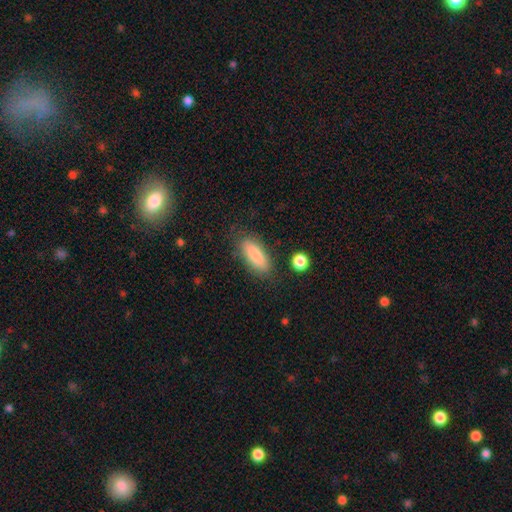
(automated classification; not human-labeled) A smooth galaxy with no disk features (84%) that is in between round and cigar-shaped (71%). Merging: none (83%).